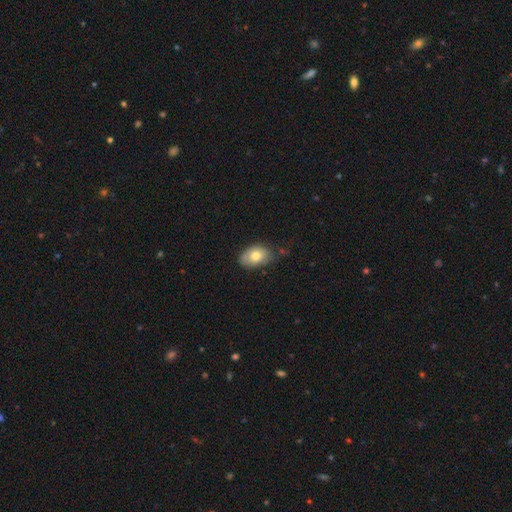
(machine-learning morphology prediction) Smooth or featured: smooth — 75% (featured or disk — 17%)
How rounded: in between — 85% (round — 14%)
Merging: none — 67% (minor disturbance — 26%)